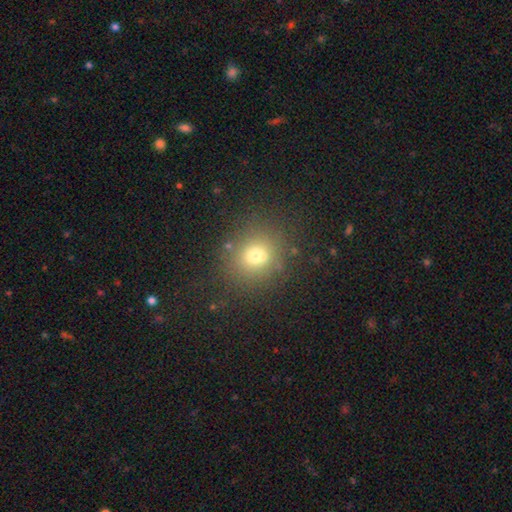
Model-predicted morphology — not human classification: A smooth galaxy with no disk features (69%) that is round (78%).

Vote fractions:
- Smooth or featured? smooth: 69% / star or artifact: 19% / featured or disk: 12%
- How rounded? round: 78% / in between: 21% / cigar-shaped: 1%
- Merging? none: 75% / minor disturbance: 12% / merger: 7% / major disturbance: 5%